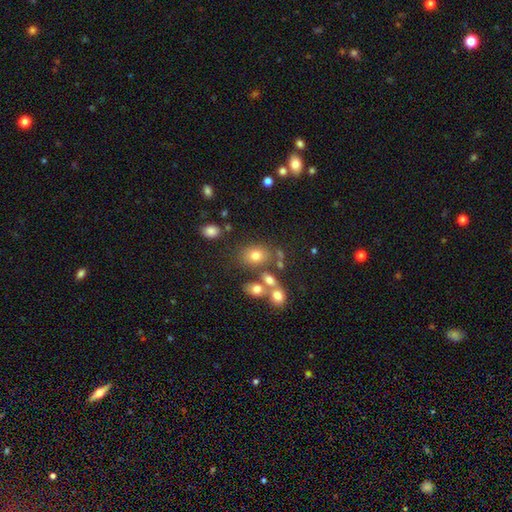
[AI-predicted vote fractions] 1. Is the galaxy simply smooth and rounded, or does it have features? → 70% smooth, 16% star or artifact, 14% featured or disk.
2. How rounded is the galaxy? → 60% in between, 39% round, 1% cigar-shaped.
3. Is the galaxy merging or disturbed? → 61% none, 18% merger, 14% minor disturbance, 7% major disturbance.